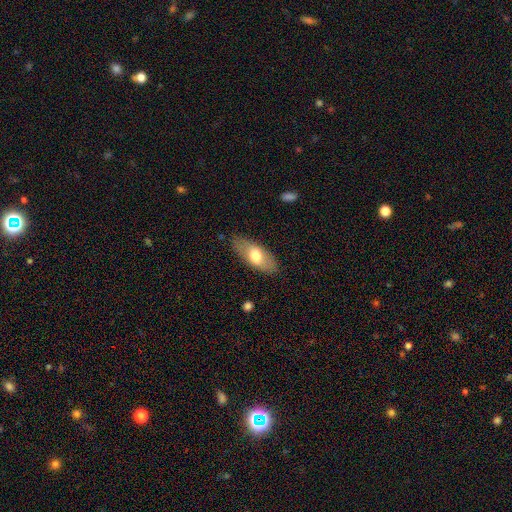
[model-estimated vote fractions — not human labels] A smooth galaxy with no disk features (65%) that is in between round and cigar-shaped (85%).

Vote fractions:
- Smooth or featured? smooth: 65% / featured or disk: 29% / star or artifact: 6%
- How rounded? in between: 85% / cigar-shaped: 12% / round: 3%
- Merging? none: 82% / minor disturbance: 14% / major disturbance: 3% / merger: 1%